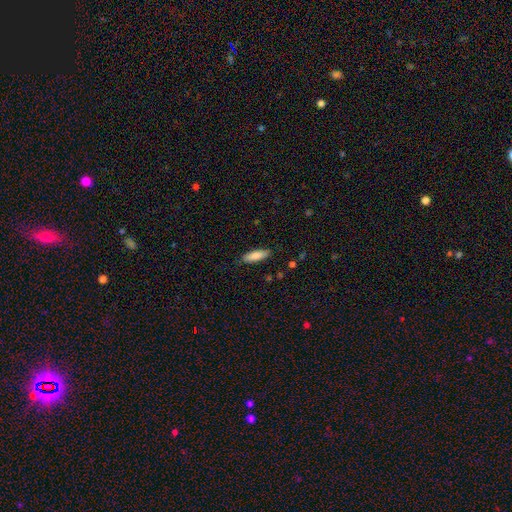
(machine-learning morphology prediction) smooth-or-featured: smooth: 84% | featured or disk: 10% | star or artifact: 6%
  how-rounded: in between: 50% | cigar-shaped: 49% | round: 2%
  merging: none: 86% | minor disturbance: 11% | major disturbance: 2% | merger: 1%